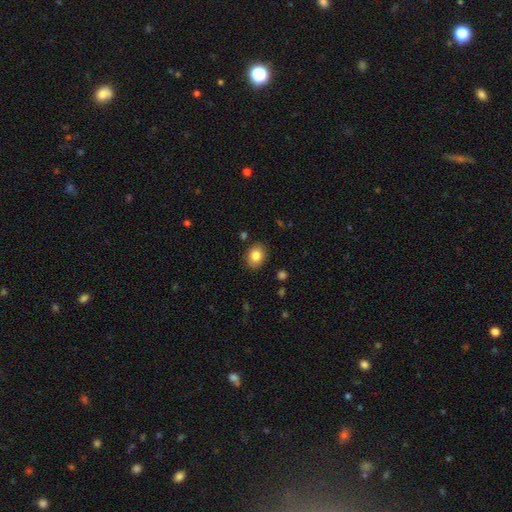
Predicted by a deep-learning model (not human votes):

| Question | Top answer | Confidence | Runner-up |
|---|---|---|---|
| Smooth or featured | smooth | 83% | star or artifact (9%) |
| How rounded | in between | 52% | round (47%) |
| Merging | none | 87% | minor disturbance (9%) |